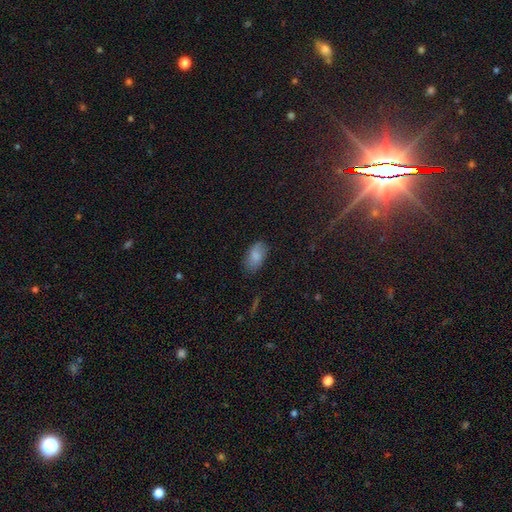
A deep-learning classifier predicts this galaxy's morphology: smooth 82%, featured or disk 10%, star or artifact 8%. Down the decision tree: how rounded — in between (93%); merging — none (78%).